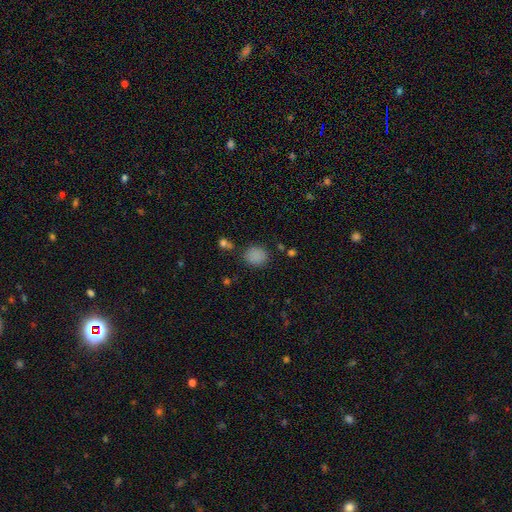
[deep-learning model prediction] Smooth or featured? smooth (83%)
How rounded? round (70%)
Merging? none (78%)